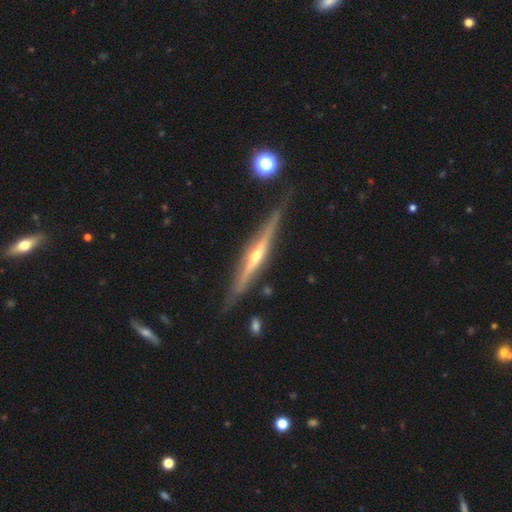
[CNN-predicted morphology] Smooth or featured: featured or disk — 81% (smooth — 13%)
Edge-on disk: yes — 97% (no — 3%)
Edge-on bulge: rounded — 84% (none — 12%)
Merging: none — 83% (minor disturbance — 12%)